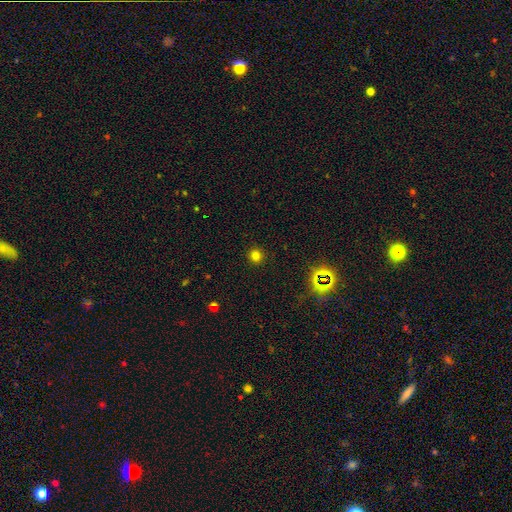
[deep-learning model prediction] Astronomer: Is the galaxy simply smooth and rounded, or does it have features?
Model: smooth — 75%.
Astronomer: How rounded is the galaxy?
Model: round — 93%.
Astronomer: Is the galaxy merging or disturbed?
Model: none — 91%.